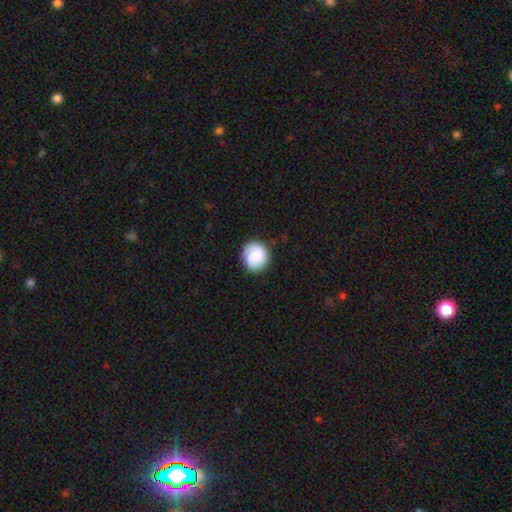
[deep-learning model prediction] This appears to be a smooth galaxy with no disk features (76%) that is round (84%). Merging: none (85%).